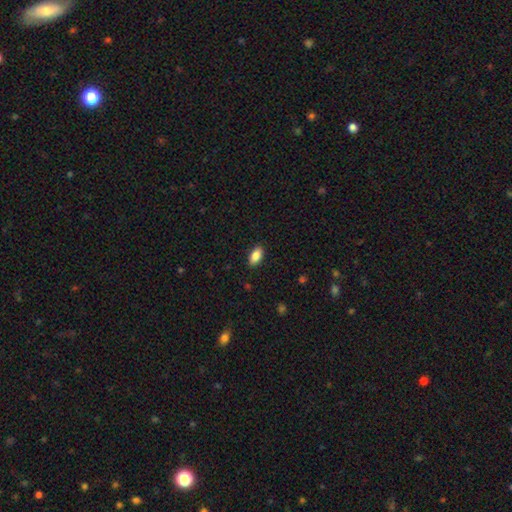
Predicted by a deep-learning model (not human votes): A smooth galaxy with no disk features (86%) that is in between round and cigar-shaped (92%).

Vote fractions:
- Smooth or featured? smooth: 86% / star or artifact: 7% / featured or disk: 7%
- How rounded? in between: 92% / cigar-shaped: 5% / round: 3%
- Merging? none: 89% / minor disturbance: 8% / major disturbance: 2% / merger: 1%